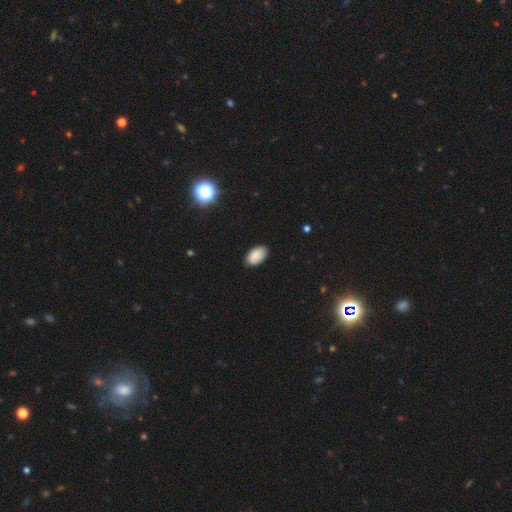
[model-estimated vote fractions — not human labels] Smooth or featured? smooth (88%)
How rounded? in between (94%)
Merging? none (87%)